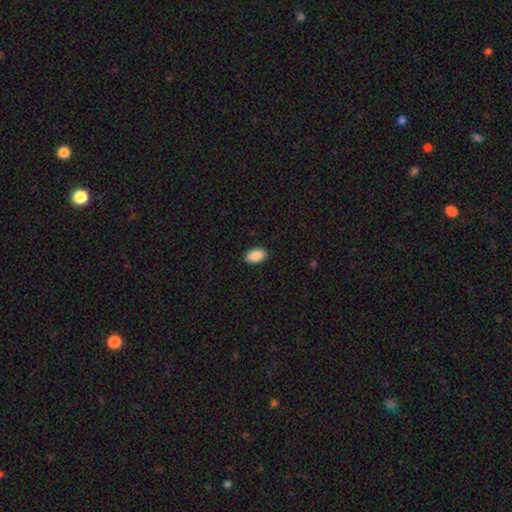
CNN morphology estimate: This appears to be a smooth galaxy with no disk features (89%) that is in between round and cigar-shaped (93%). Merging: none (90%).